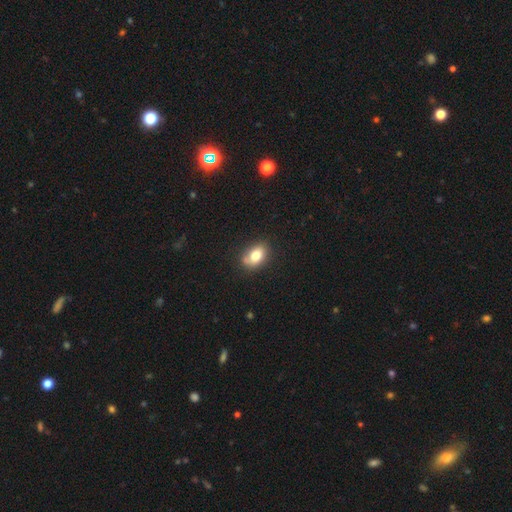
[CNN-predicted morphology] A smooth galaxy with no disk features (77%) that is in between round and cigar-shaped (81%). Merging: none (67%).